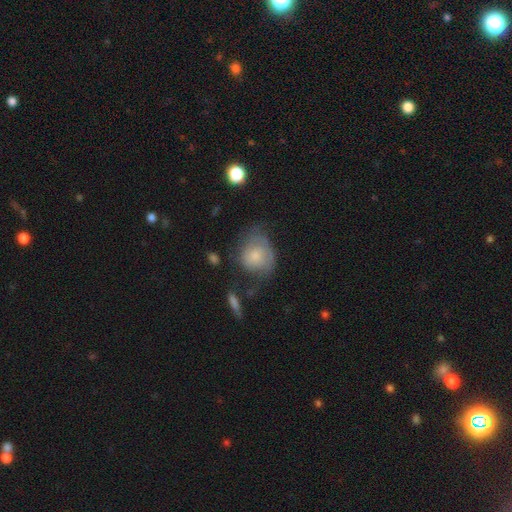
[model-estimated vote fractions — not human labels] smooth_or_featured: smooth (p=0.56) [alt: featured or disk p=0.36]
how_rounded: round (p=0.60) [alt: in between p=0.39]
merging: none (p=0.39) [alt: minor disturbance p=0.31]